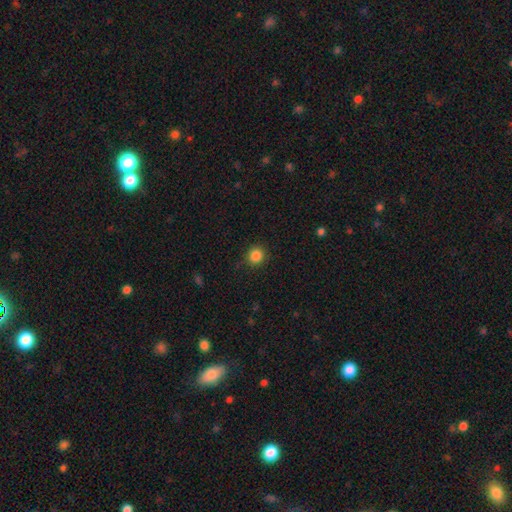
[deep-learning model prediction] Morphology: type=smooth (86%); roundness=round (91%); merging=none (88%).